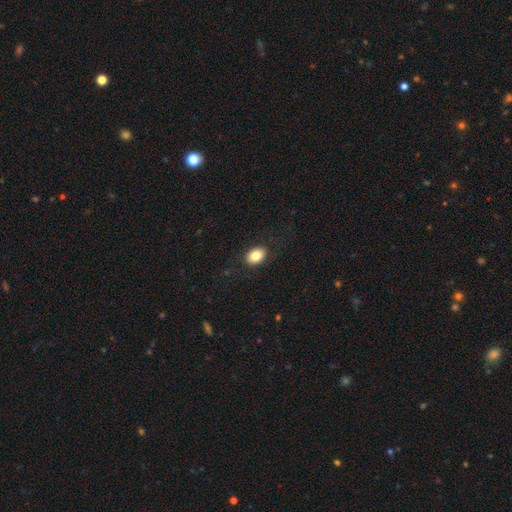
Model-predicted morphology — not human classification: smooth 84%, star or artifact 8%, featured or disk 8%. Down the decision tree: how rounded — in between (82%); merging — none (87%).